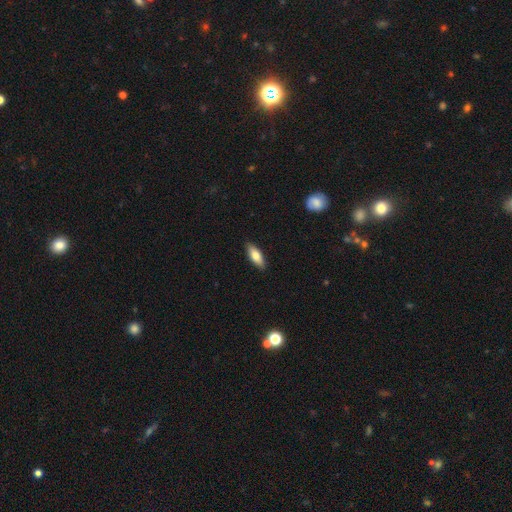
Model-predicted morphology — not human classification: smooth 76%, featured or disk 18%, star or artifact 6%. Down the decision tree: how rounded — in between (69%); merging — none (87%).